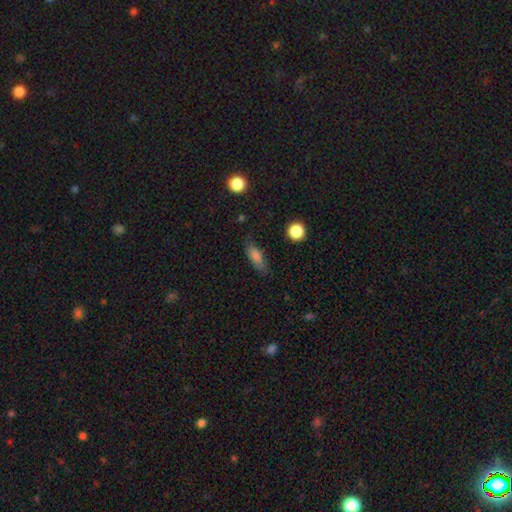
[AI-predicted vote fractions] This is likely a smooth galaxy (77%). How rounded: likely in between (65%). Merging: likely none (71%).